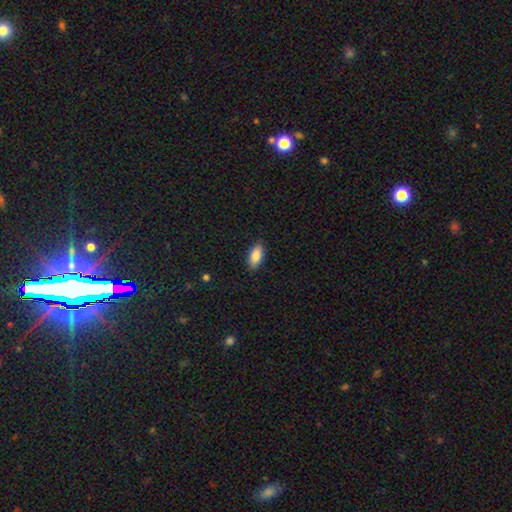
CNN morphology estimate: smooth 87%, featured or disk 7%, star or artifact 6%. Down the decision tree: how rounded — in between (89%); merging — none (87%).